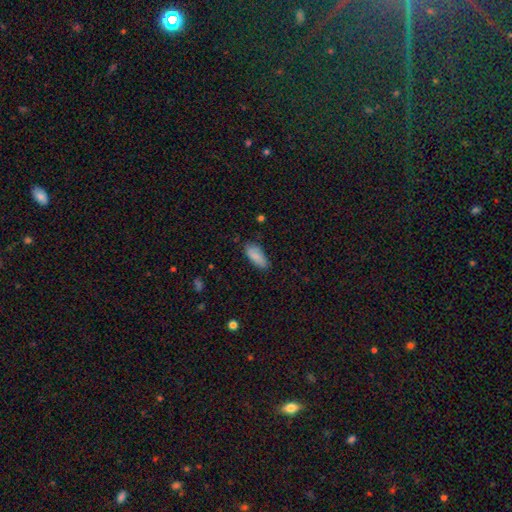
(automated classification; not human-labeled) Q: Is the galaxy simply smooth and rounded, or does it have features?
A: smooth — 86%.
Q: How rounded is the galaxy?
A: in between — 85%.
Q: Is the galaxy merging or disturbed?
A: none — 75%.